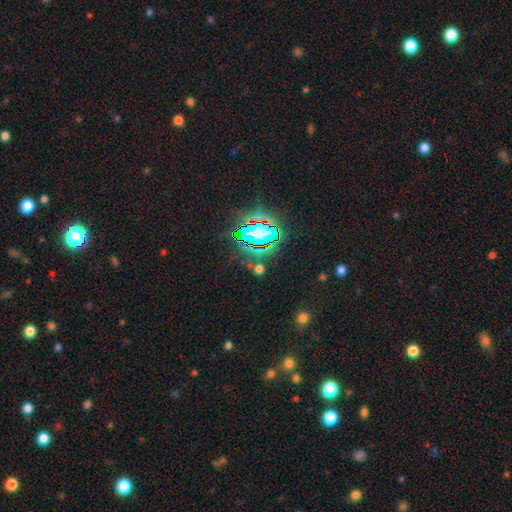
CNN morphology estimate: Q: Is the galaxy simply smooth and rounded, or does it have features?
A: star or artifact — 79%.